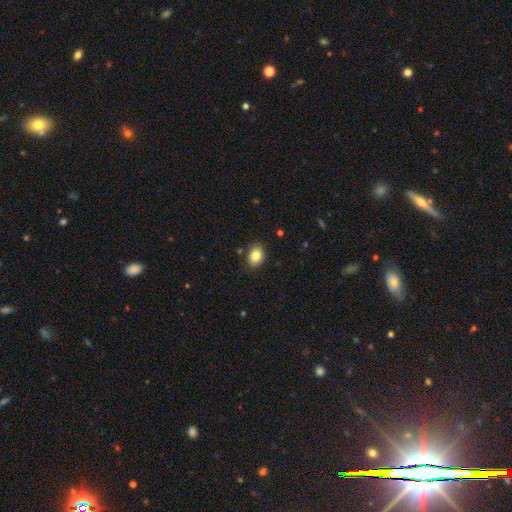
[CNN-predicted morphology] Overall: smooth (83%). How rounded: in between (64%; round 36%). Merging: none (86%).